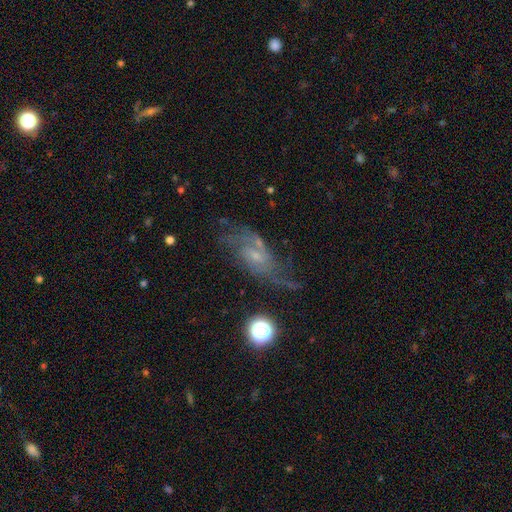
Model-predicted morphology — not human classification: smooth-or-featured: featured or disk: 77% | smooth: 12% | star or artifact: 12%
  disk-edge-on: no: 93% | yes: 7%
    bar: no: 52% | weak: 40% | strong: 8%
    has-spiral-arms: yes: 91% | no: 9%
      spiral-winding: medium: 43% | loose: 38% | tight: 20%
      spiral-arm-count: 2: 62% | can't tell: 20% | 3: 7% | 1: 5% | 4: 4% | more than 4: 3%
    bulge-size: small: 68% | moderate: 21% | none: 9% | large: 2% | dominant: 1%
  merging: none: 58% | minor disturbance: 20% | major disturbance: 17% | merger: 5%